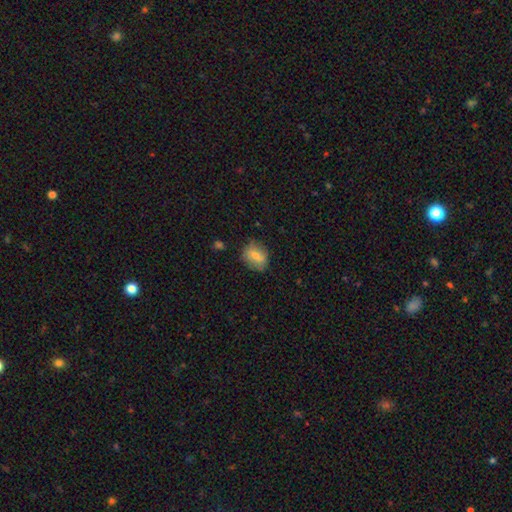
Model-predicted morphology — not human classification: This appears to be a smooth galaxy with no disk features (68%) that is in between round and cigar-shaped (58%). Merging: none (76%).